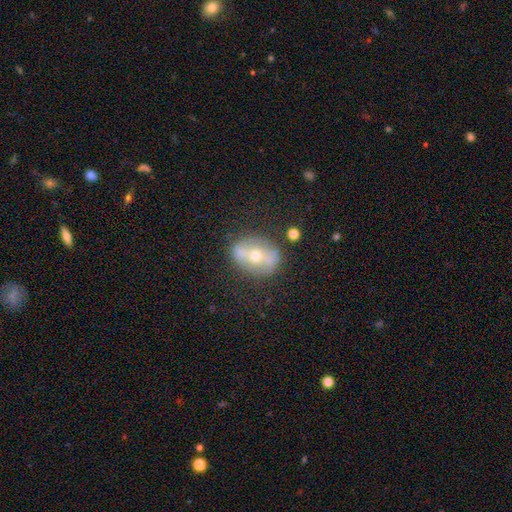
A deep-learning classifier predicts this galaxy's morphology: Q: Smooth or featured?
A: featured or disk (61%); runner-up: smooth (30%)
Q: Edge-on disk?
A: no (85%); runner-up: yes (15%)
Q: Bar?
A: strong (52%); runner-up: no (27%)
Q: Spiral arms?
A: no (72%); runner-up: yes (28%)
Q: Bulge size?
A: moderate (50%); runner-up: small (46%)
Q: Merging?
A: none (76%); runner-up: minor disturbance (15%)